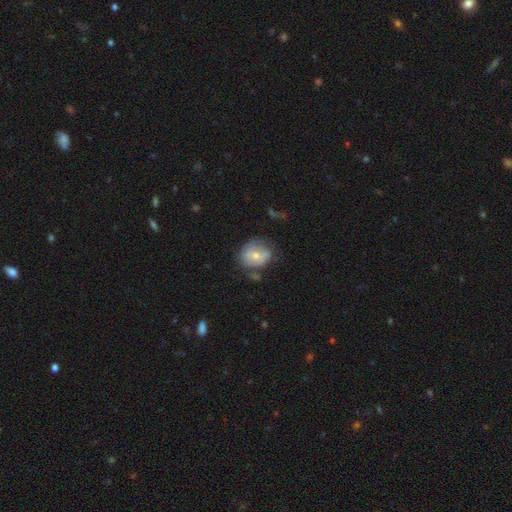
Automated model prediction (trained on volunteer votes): A smooth galaxy with no disk features (57%) that is round (62%).

Vote fractions:
- Smooth or featured? smooth: 57% / featured or disk: 35% / star or artifact: 8%
- How rounded? round: 62% / in between: 37% / cigar-shaped: 1%
- Merging? none: 51% / minor disturbance: 30% / major disturbance: 13% / merger: 7%